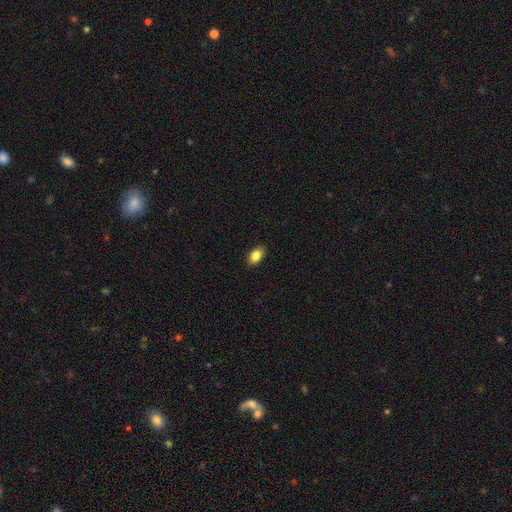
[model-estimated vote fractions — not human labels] The model was most divided on "smooth or featured": smooth: 84%, featured or disk: 8%, star or artifact: 8%. More confident: how rounded — in between (89%); merging — none (89%).